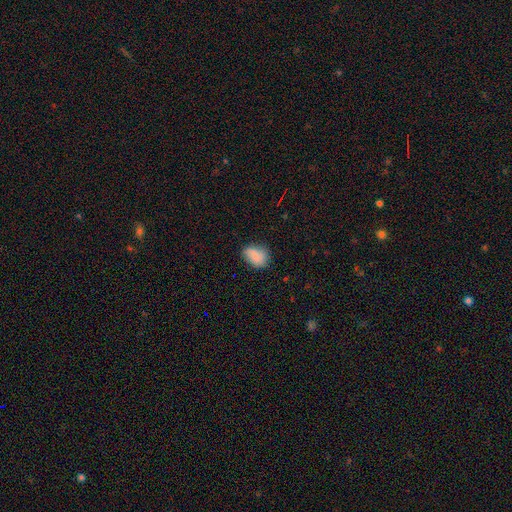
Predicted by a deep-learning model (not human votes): Smooth or featured? Predicted: smooth (p=0.80). How rounded? Predicted: in between (p=0.71). Merging? Predicted: none (p=0.65).